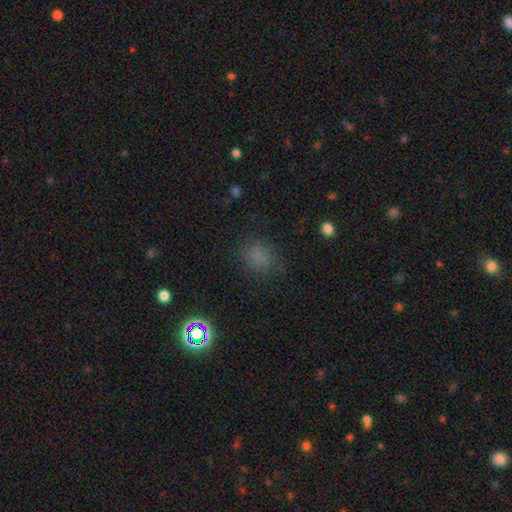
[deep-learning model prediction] Q: Smooth or featured?
A: smooth (71%); runner-up: star or artifact (23%)
Q: How rounded?
A: round (49%); tied with: in between (49%)
Q: Merging?
A: none (79%); runner-up: minor disturbance (14%)